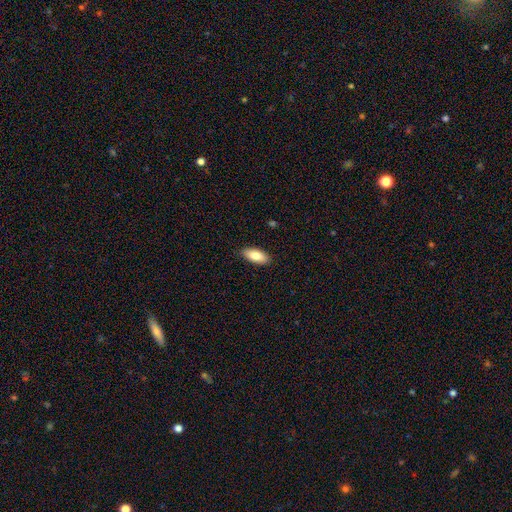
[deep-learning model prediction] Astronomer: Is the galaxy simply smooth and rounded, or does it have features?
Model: smooth — 83%.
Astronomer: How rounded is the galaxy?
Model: in between — 84%.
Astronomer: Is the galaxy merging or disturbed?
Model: none — 89%.